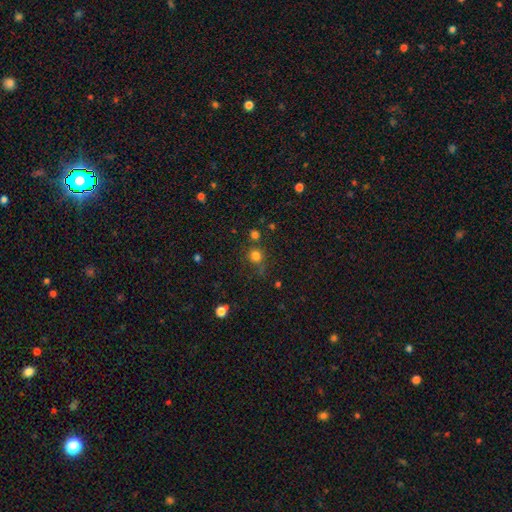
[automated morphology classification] smooth 77%, star or artifact 17%, featured or disk 6%. Down the decision tree: how rounded — round (89%); merging — none (67%).